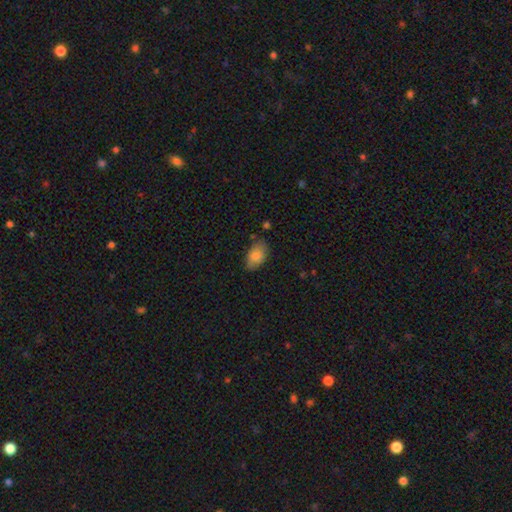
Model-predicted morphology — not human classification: A smooth galaxy with no disk features (83%) that is in between round and cigar-shaped (91%). Merging: none (72%).